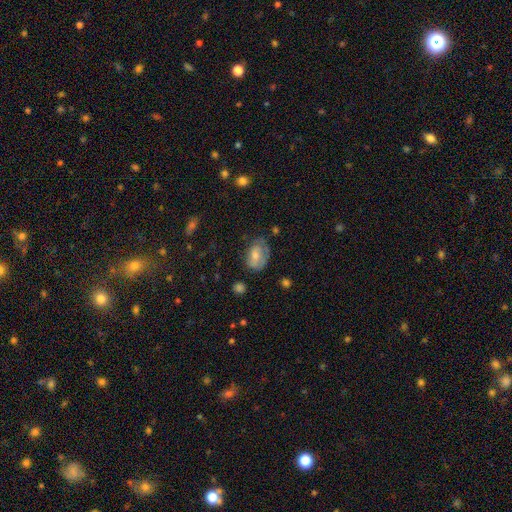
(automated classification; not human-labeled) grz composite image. It shows a smooth galaxy with no disk features (63%) that is in between round and cigar-shaped (81%). Merging: none (53%).